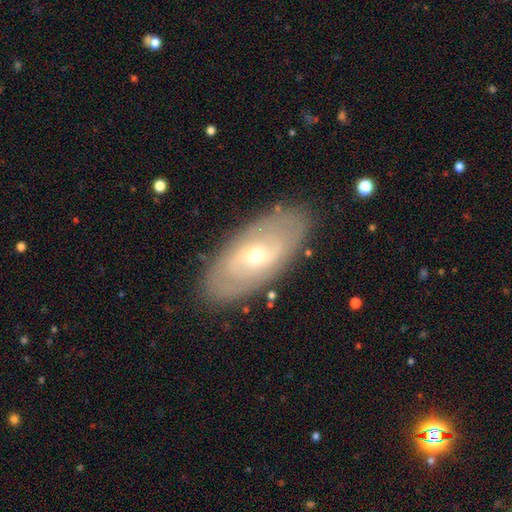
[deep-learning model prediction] The model was most divided on "bulge size": small: 54%, moderate: 43%, large: 2%, dominant: 1%, none: 1%. More confident: edge-on disk — no (88%); merging — none (85%); smooth or featured — featured or disk (65%); spiral arms — yes (57%); bar — no (54%).